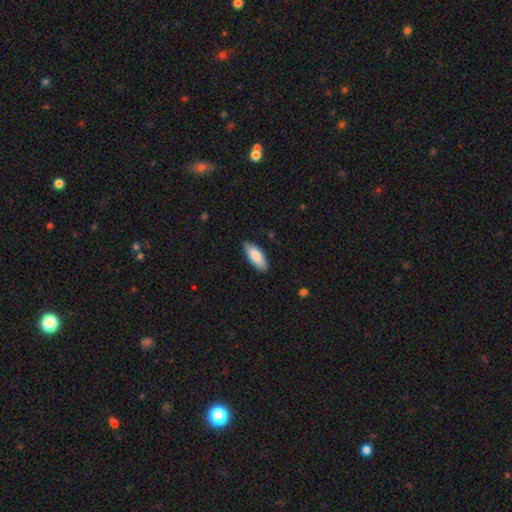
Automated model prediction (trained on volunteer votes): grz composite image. It shows a smooth galaxy with no disk features (85%) that is in between round and cigar-shaped (78%). Merging: none (86%).